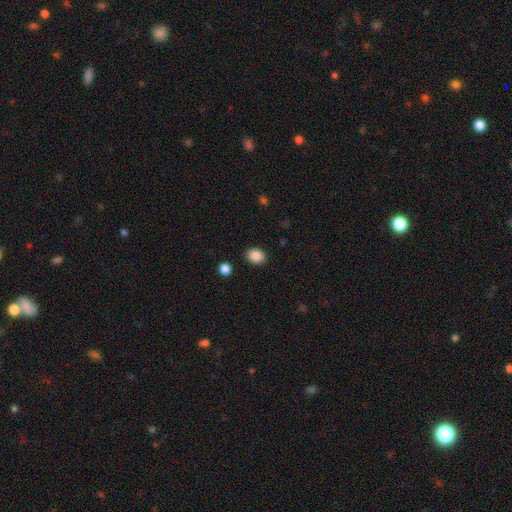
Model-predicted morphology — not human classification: A smooth galaxy with no disk features (88%) that is in between round and cigar-shaped (60%). Merging: none (88%).